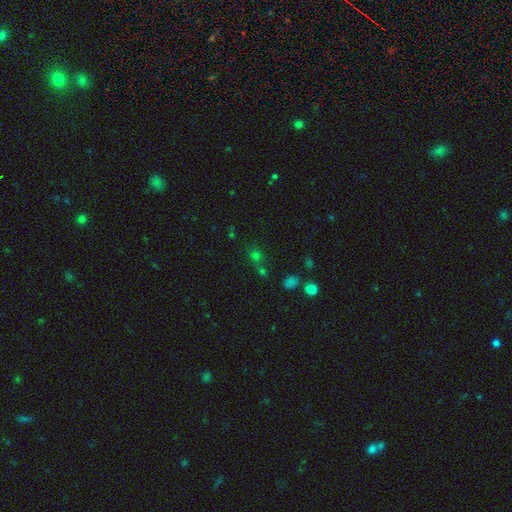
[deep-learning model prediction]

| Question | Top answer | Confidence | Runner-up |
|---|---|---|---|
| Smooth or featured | smooth | 58% | star or artifact (34%) |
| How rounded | round | 81% | in between (17%) |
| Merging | none | 61% | merger (23%) |